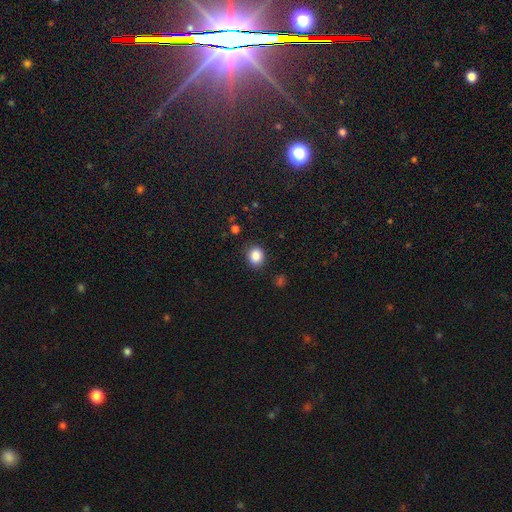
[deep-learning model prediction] This appears to be a smooth galaxy with no disk features (87%) that is round (69%). Merging: none (87%).